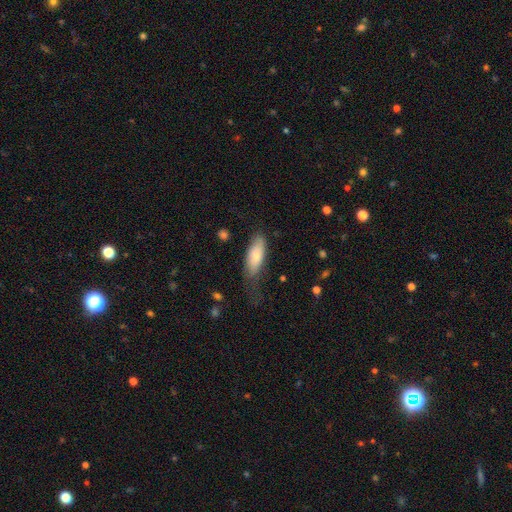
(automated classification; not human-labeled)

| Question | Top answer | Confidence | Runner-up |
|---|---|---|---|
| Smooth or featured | smooth | 75% | featured or disk (19%) |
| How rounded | in between | 73% | cigar-shaped (25%) |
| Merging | none | 52% | minor disturbance (31%) |